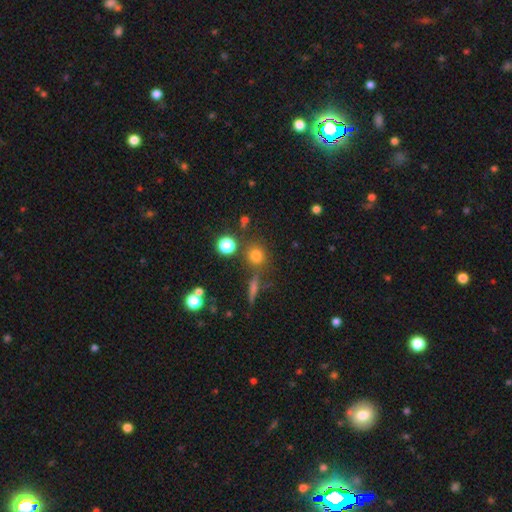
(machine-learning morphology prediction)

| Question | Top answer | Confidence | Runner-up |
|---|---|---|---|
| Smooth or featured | smooth | 74% | star or artifact (17%) |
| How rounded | round | 87% | in between (11%) |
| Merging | none | 75% | merger (11%) |